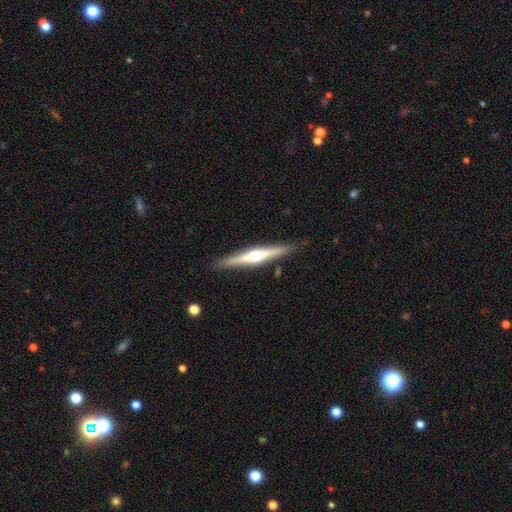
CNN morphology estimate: smooth_or_featured: featured or disk (p=0.67) [alt: smooth p=0.28]
disk_edge_on: yes (p=0.97) [alt: no p=0.03]
edge_on_bulge: rounded (p=0.89) [alt: none p=0.07]
merging: none (p=0.89) [alt: minor disturbance p=0.08]